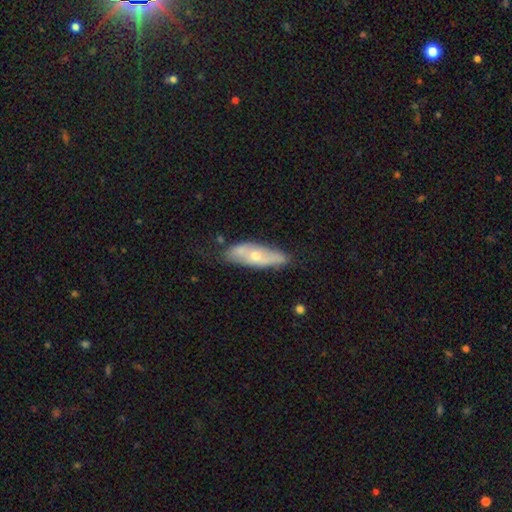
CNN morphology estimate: Smooth or featured? featured or disk (52%)
Edge-on disk? no (64%)
Merging? none (69%)